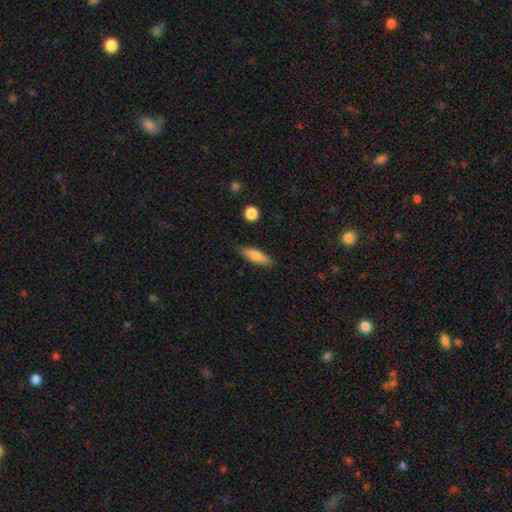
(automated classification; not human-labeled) Smooth or featured? smooth (80%)
How rounded? cigar-shaped (54%)
Merging? none (83%)